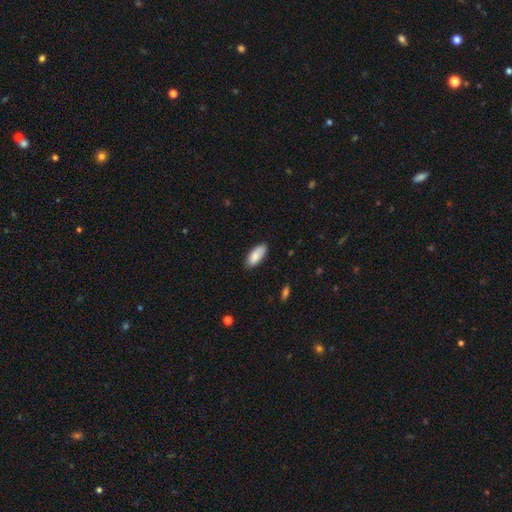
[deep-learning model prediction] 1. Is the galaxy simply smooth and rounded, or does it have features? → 87% smooth, 7% featured or disk, 6% star or artifact.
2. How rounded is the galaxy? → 84% in between, 14% cigar-shaped, 2% round.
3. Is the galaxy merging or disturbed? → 82% none, 15% minor disturbance, 2% major disturbance, 1% merger.